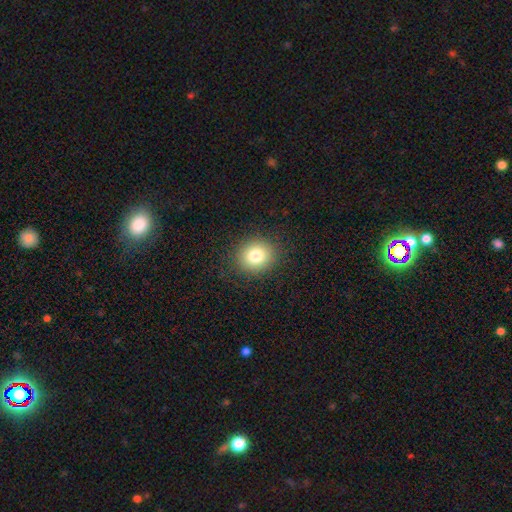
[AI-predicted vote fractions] smooth_or_featured: smooth (p=0.80) [alt: star or artifact p=0.12]
how_rounded: round (p=0.78) [alt: in between p=0.21]
merging: none (p=0.89) [alt: minor disturbance p=0.07]